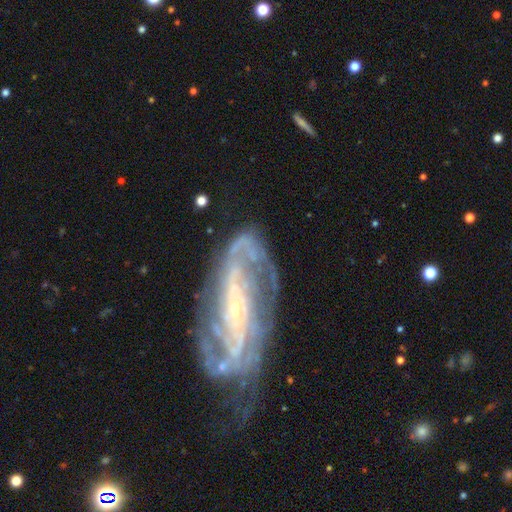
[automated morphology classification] This appears to be a featured or disk galaxy (76%) with no bar (60%), 2 (35%) tight (39%) spiral arms (79%) and a small central bulge (61%). Merging: none (46%).